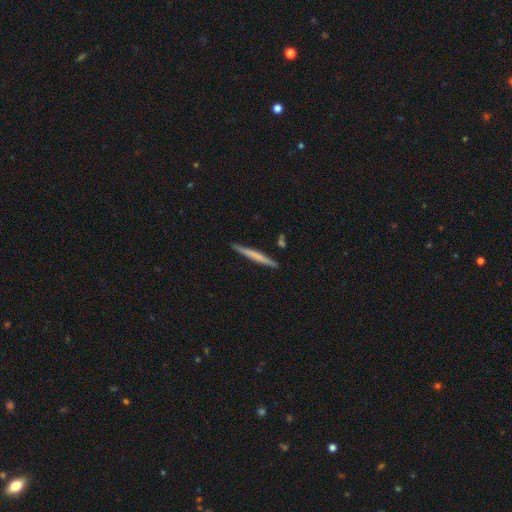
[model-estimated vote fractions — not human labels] Overall: smooth (56%; featured or disk 39%). How rounded: cigar-shaped (97%). Merging: none (90%).